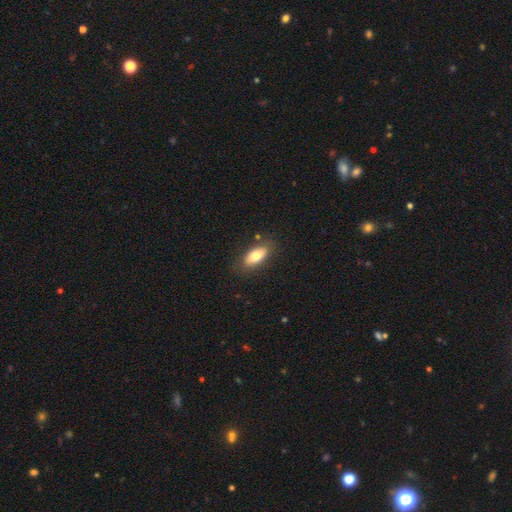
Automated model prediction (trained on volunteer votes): A smooth galaxy with no disk features (74%) that is in between round and cigar-shaped (86%). Merging: none (83%).